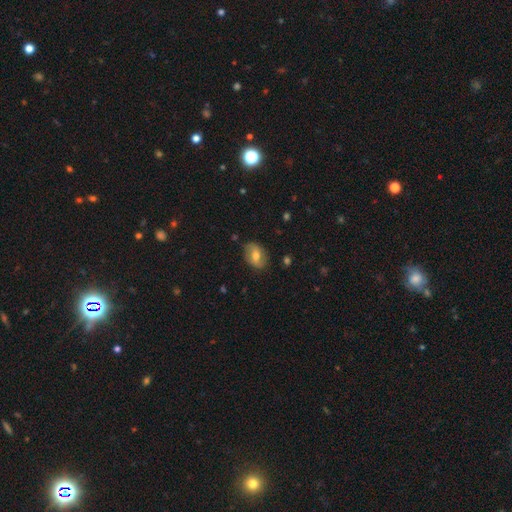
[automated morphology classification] type=smooth (55%); roundness=in between (75%); merging=none (79%).